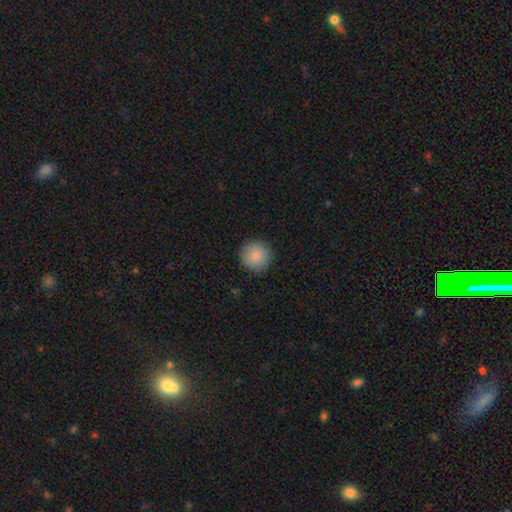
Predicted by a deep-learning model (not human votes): Smooth or featured?
  - smooth: 88% *
  - star or artifact: 8%
  - featured or disk: 5%
How rounded?
  - round: 95% *
  - in between: 4%
  - cigar-shaped: 1%
Merging?
  - none: 89% *
  - minor disturbance: 8%
  - major disturbance: 2%
  - merger: 1%